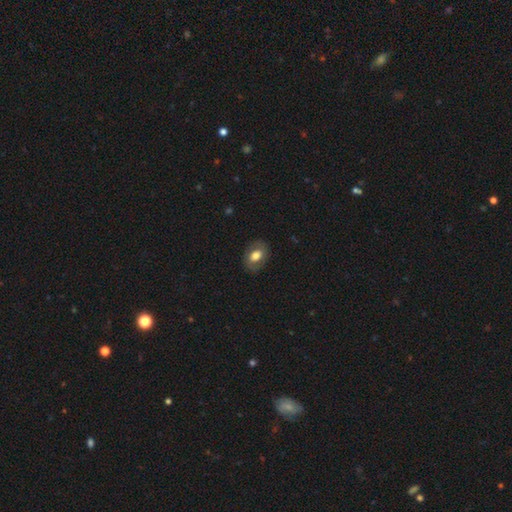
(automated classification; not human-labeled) smooth 66%, featured or disk 27%, star or artifact 7%. Down the decision tree: how rounded — in between (78%); merging — none (82%).